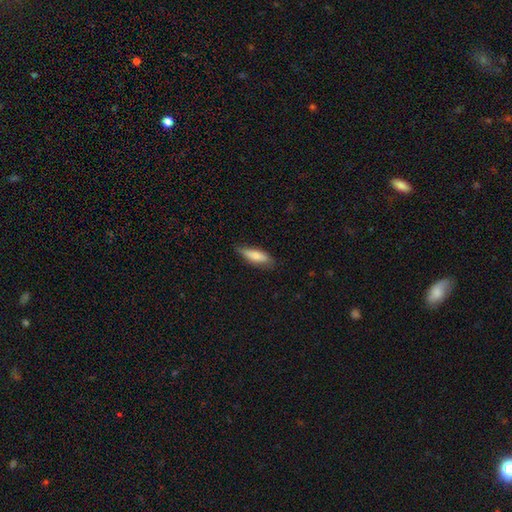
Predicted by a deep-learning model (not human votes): Smooth or featured? smooth (75%)
How rounded? cigar-shaped (50%)
Merging? none (70%)